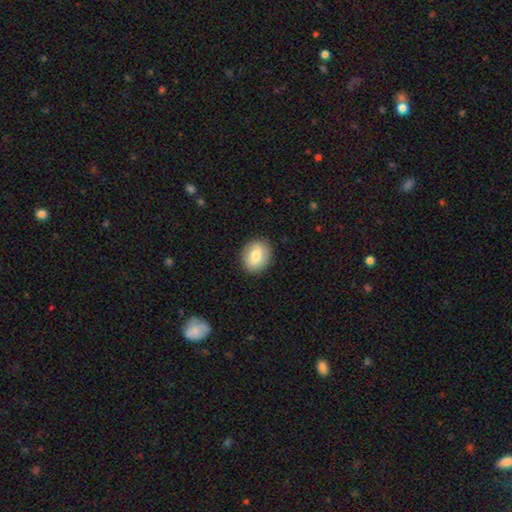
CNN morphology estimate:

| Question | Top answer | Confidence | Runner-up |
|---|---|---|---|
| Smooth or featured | smooth | 77% | featured or disk (15%) |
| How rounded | round | 55% | in between (44%) |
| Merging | none | 89% | minor disturbance (8%) |